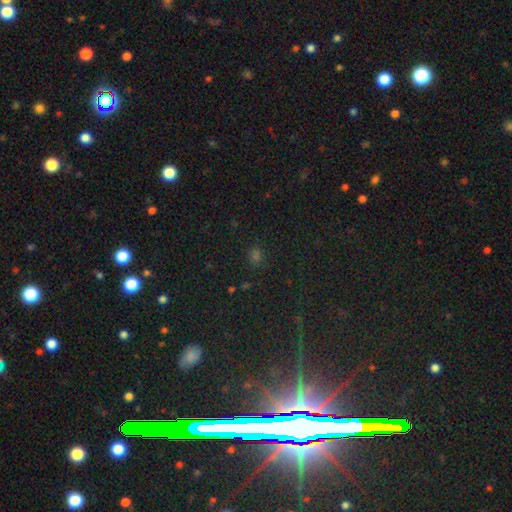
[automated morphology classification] A smooth galaxy with no disk features (52%) that is round (69%). Merging: none (85%).